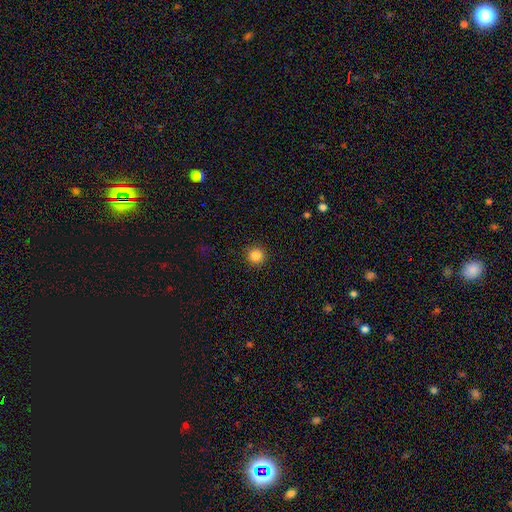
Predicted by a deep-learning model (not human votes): smooth 85%, star or artifact 11%, featured or disk 4%. Down the decision tree: how rounded — round (95%); merging — none (92%).